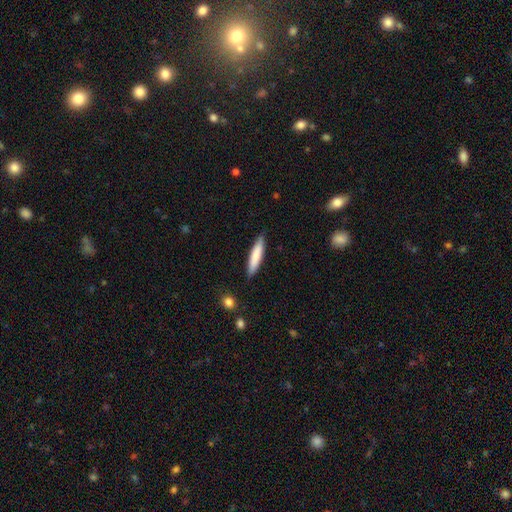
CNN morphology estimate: Smooth or featured?
  - smooth: 80% *
  - featured or disk: 14%
  - star or artifact: 6%
How rounded?
  - cigar-shaped: 82% *
  - in between: 17%
  - round: 1%
Merging?
  - none: 86% *
  - minor disturbance: 11%
  - major disturbance: 2%
  - merger: 1%